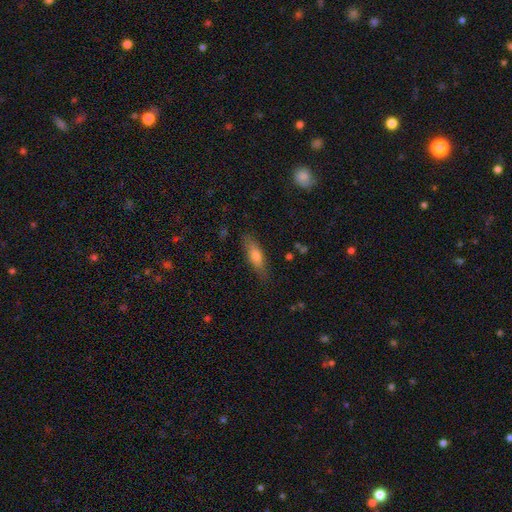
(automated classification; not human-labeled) Overall: smooth (72%). How rounded: cigar-shaped (50%; in between 48%). Merging: none (80%).